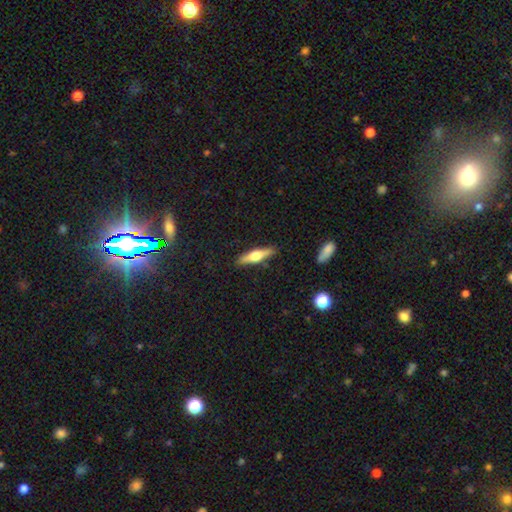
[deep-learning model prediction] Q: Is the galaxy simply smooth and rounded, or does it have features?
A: featured or disk — 54%.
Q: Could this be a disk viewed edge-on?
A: yes — 94%.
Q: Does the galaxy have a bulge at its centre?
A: rounded — 93%.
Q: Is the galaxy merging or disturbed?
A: none — 88%.